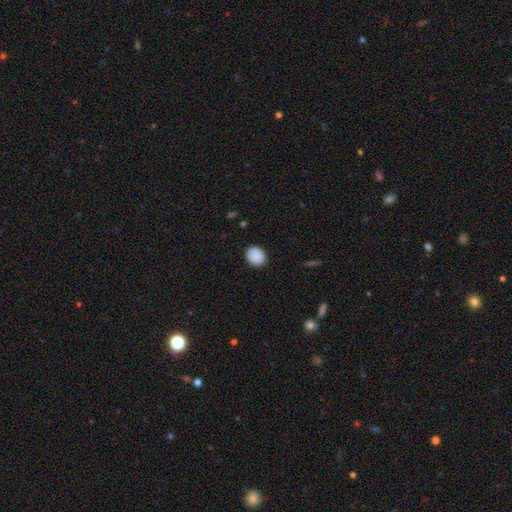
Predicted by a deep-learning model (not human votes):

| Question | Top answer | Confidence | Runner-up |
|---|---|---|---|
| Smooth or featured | smooth | 90% | star or artifact (8%) |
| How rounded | round | 69% | in between (30%) |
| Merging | none | 89% | minor disturbance (8%) |